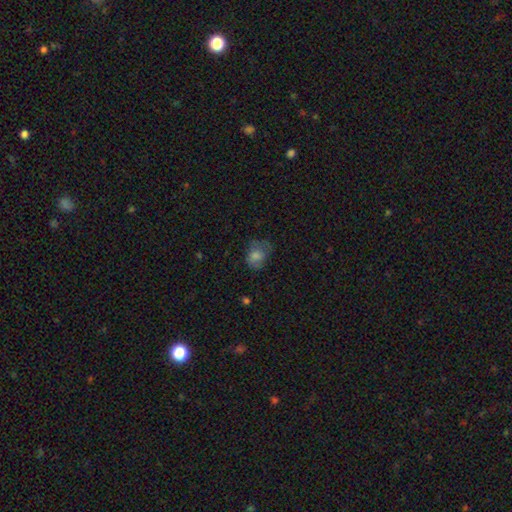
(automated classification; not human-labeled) Overall: smooth (66%). How rounded: in between (55%; round 44%). Merging: none (52%; minor disturbance 28%).